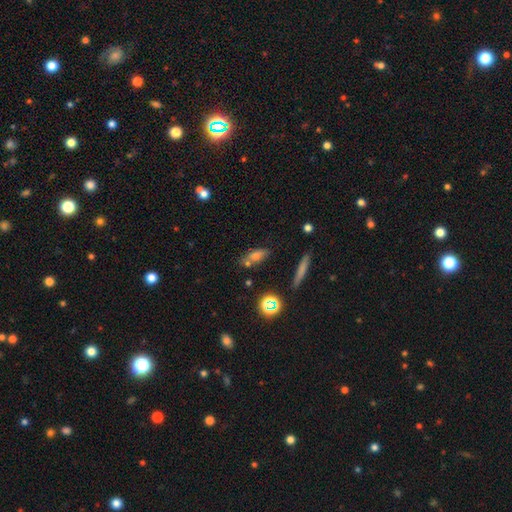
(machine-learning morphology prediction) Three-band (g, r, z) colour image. It shows a smooth galaxy with no disk features (68%) that is in between round and cigar-shaped (61%). Merging: none (60%).